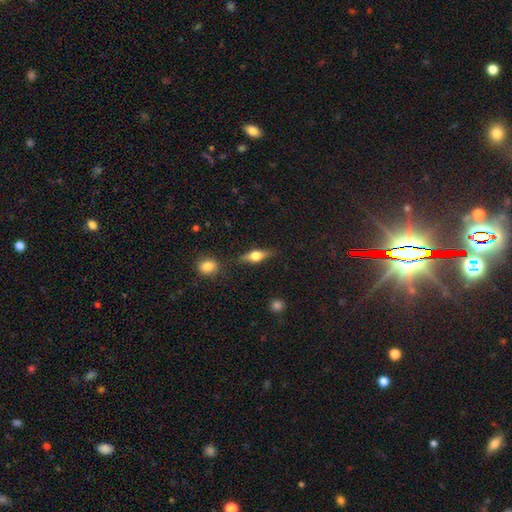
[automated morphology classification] This is possibly a featured or disk galaxy (50%). It is clearly viewed edge-on (92%). Merging: likely none (80%).